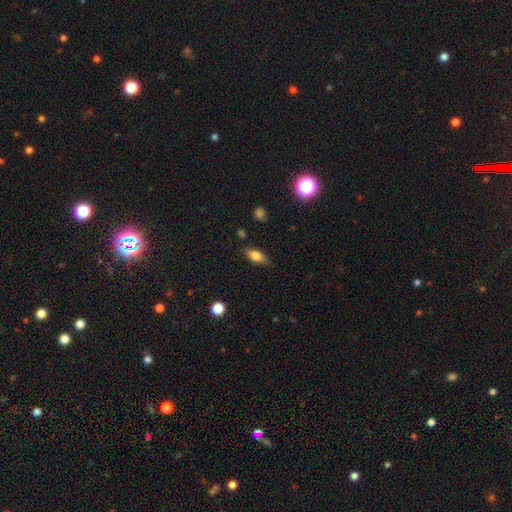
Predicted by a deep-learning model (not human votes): This appears to be a smooth galaxy with no disk features (72%) that is in between round and cigar-shaped (79%). Merging: none (81%).